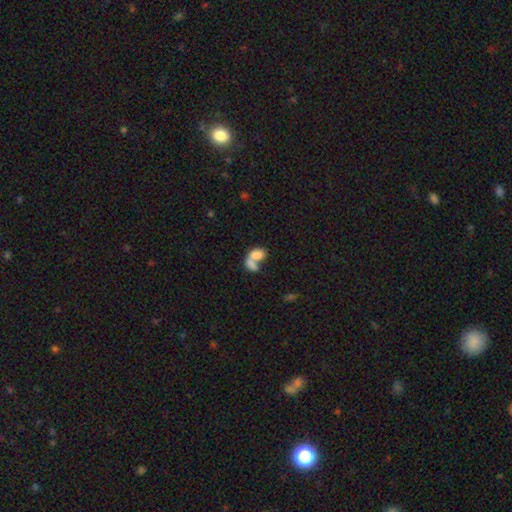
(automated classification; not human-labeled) Morphology: type=smooth (76%); roundness=in between (85%); merging=merger (69%).